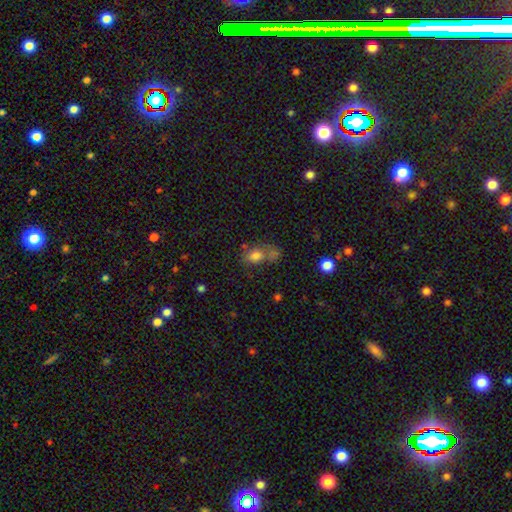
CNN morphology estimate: The model was most divided on "merging": none: 35%, merger: 34%, minor disturbance: 17%, major disturbance: 14%. More confident: smooth or featured — smooth (76%); how rounded — in between (70%).